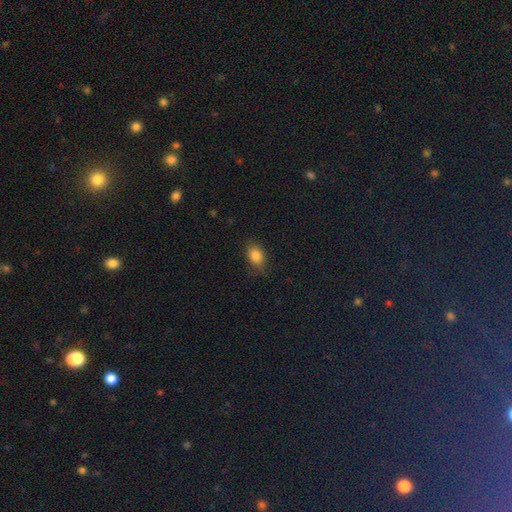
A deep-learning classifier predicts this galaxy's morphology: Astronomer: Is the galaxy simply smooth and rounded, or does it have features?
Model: smooth — 85%.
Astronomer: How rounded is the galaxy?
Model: in between — 79%.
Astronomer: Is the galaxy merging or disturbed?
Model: none — 77%.